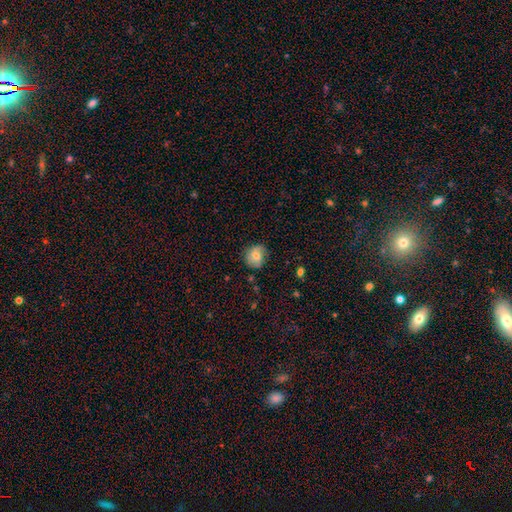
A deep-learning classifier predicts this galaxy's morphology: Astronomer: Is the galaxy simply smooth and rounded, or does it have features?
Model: smooth — 64%.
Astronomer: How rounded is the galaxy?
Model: round — 79%.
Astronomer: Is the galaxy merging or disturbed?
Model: none — 70%.